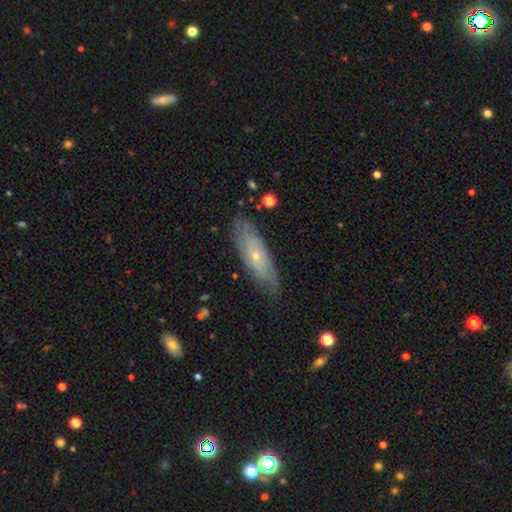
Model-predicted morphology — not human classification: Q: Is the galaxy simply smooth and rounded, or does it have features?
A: featured or disk — 56%.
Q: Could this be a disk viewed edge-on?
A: no — 68%.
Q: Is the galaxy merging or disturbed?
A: none — 78%.